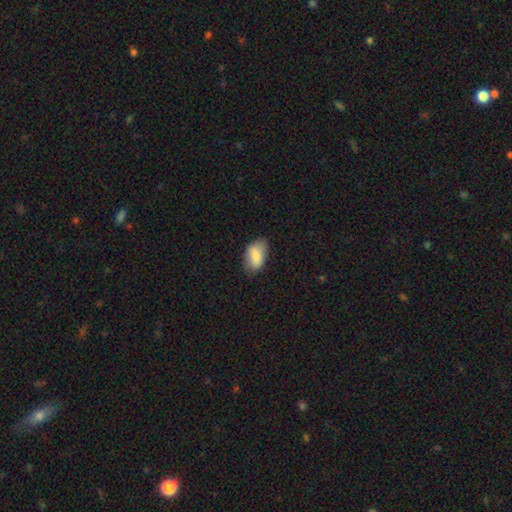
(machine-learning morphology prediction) This appears to be a smooth galaxy with no disk features (80%) that is in between round and cigar-shaped (91%). Merging: none (74%).